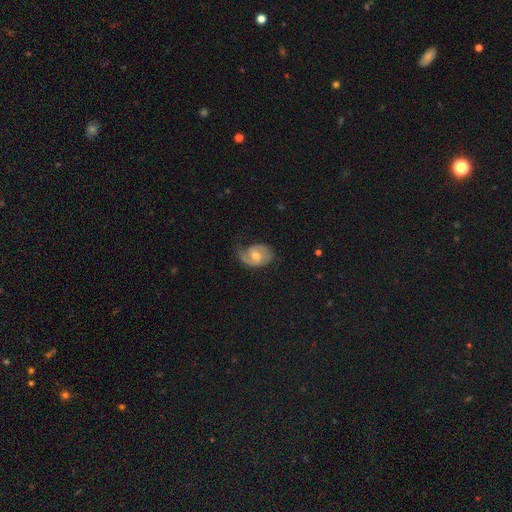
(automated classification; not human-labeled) Overall: featured or disk (70%). Edge-on disk: no (97%). Bar: weak (53%; no 35%). Spiral arms: yes (91%). Spiral arm count: 2 (67%). Spiral winding: medium (46%; tight 29%). Bulge size: moderate (59%; small 29%). Merging: none (52%; minor disturbance 29%).